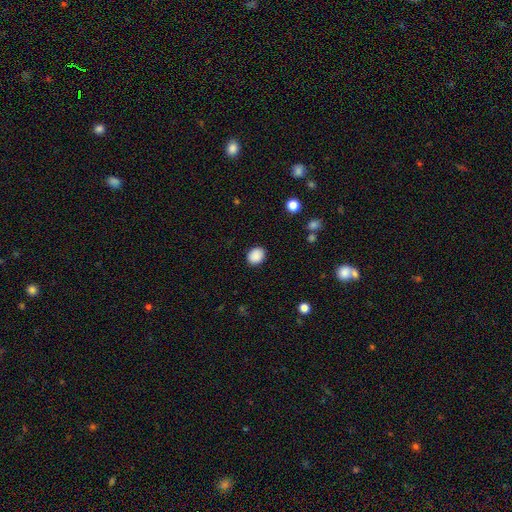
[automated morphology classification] smooth-or-featured: smooth: 89% | star or artifact: 8% | featured or disk: 3%
  how-rounded: round: 55% | in between: 45% | cigar-shaped: 1%
  merging: none: 89% | minor disturbance: 8% | major disturbance: 2% | merger: 1%